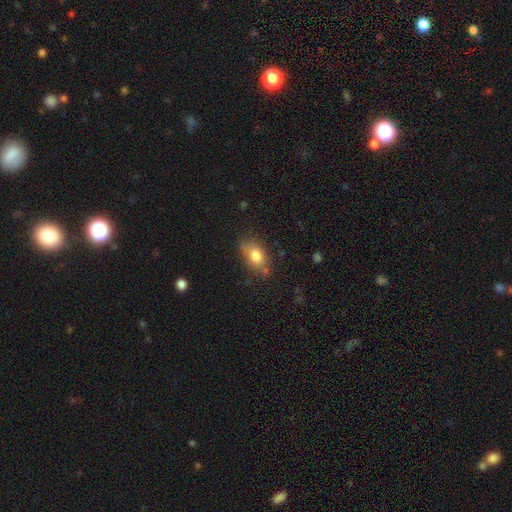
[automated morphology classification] This is likely a smooth galaxy (80%). How rounded: clearly in between (85%). Merging: likely none (67%).